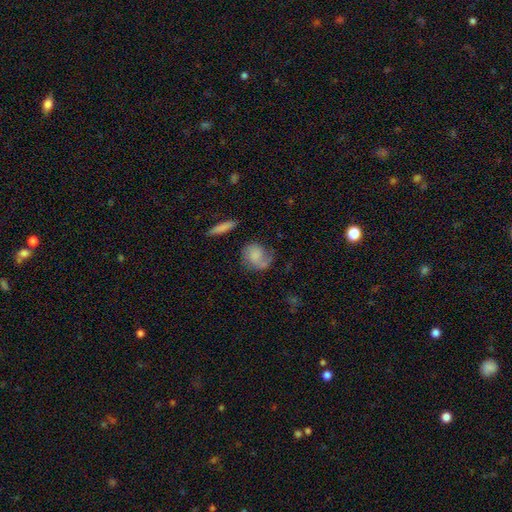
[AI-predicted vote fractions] Q: Smooth or featured?
A: smooth (54%); runner-up: featured or disk (38%)
Q: How rounded?
A: round (56%); runner-up: in between (41%)
Q: Merging?
A: none (51%); runner-up: minor disturbance (24%)